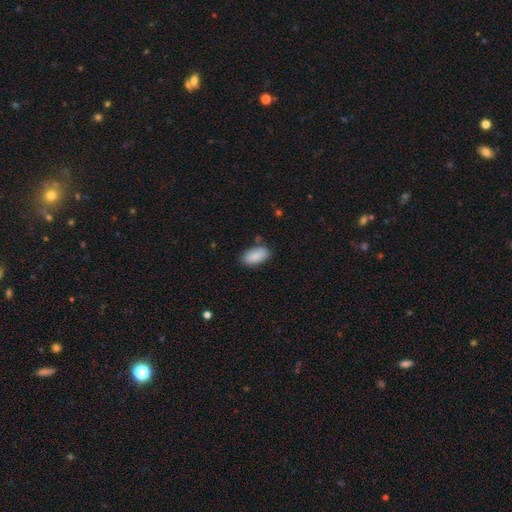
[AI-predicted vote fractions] Smooth or featured?
  - smooth: 89% *
  - star or artifact: 6%
  - featured or disk: 4%
How rounded?
  - in between: 94% *
  - cigar-shaped: 4%
  - round: 2%
Merging?
  - none: 81% *
  - minor disturbance: 13%
  - merger: 3%
  - major disturbance: 3%